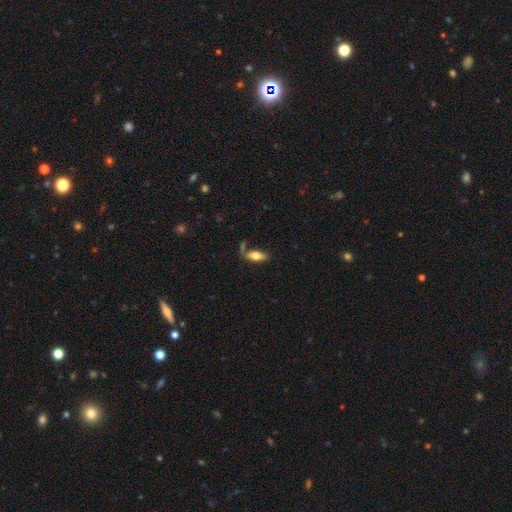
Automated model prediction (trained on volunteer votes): This appears to be a smooth galaxy with no disk features (69%) that is in between round and cigar-shaped (76%). Merging: none (61%).